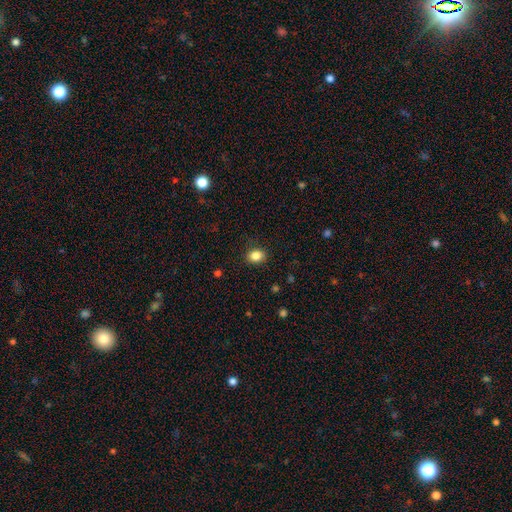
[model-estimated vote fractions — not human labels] A smooth galaxy with no disk features (85%) that is in between round and cigar-shaped (54%). Merging: none (87%).